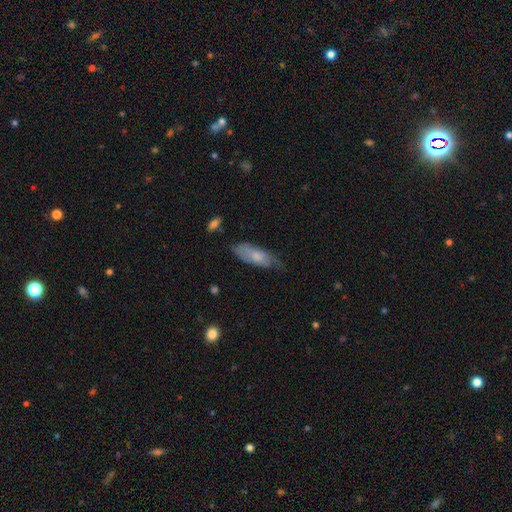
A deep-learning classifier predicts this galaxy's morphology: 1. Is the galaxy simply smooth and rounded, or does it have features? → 69% smooth, 25% featured or disk, 6% star or artifact.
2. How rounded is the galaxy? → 71% in between, 27% cigar-shaped, 2% round.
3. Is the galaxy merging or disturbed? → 52% none, 35% minor disturbance, 11% major disturbance, 2% merger.